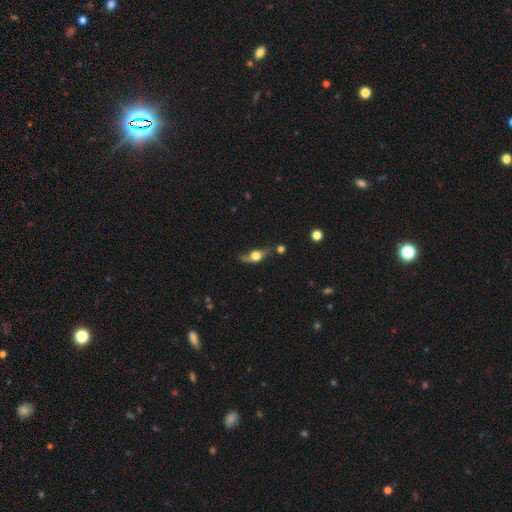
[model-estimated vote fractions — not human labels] Smooth or featured: featured or disk — 47% (smooth — 43%)
Merging: none — 49% (minor disturbance — 25%)